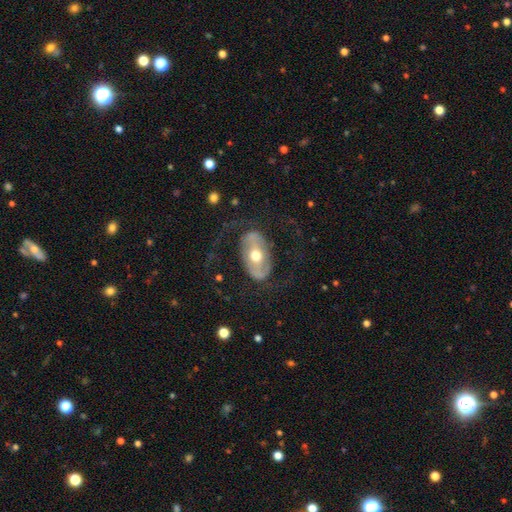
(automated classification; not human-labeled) Smooth or featured? Predicted: featured or disk (p=0.68). Edge-on disk? Predicted: no (p=0.92). Bar? Predicted: no (p=0.46). Spiral arms? Predicted: yes (p=0.60). Bulge size? Predicted: moderate (p=0.75). Merging? Predicted: none (p=0.66).